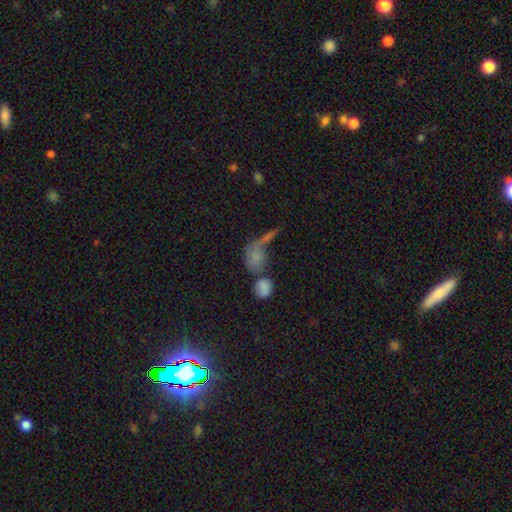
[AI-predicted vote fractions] Q: Smooth or featured?
A: smooth (63%); runner-up: featured or disk (23%)
Q: How rounded?
A: in between (59%); runner-up: round (34%)
Q: Merging?
A: merger (42%); runner-up: none (27%)